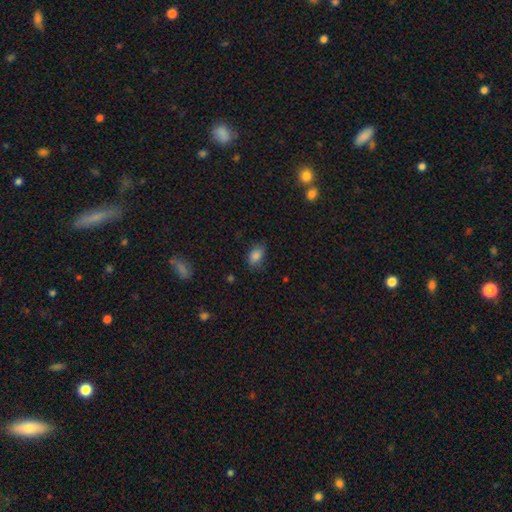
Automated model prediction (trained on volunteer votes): Smooth or featured: smooth — 84% (star or artifact — 10%)
How rounded: in between — 84% (round — 14%)
Merging: none — 74% (minor disturbance — 20%)